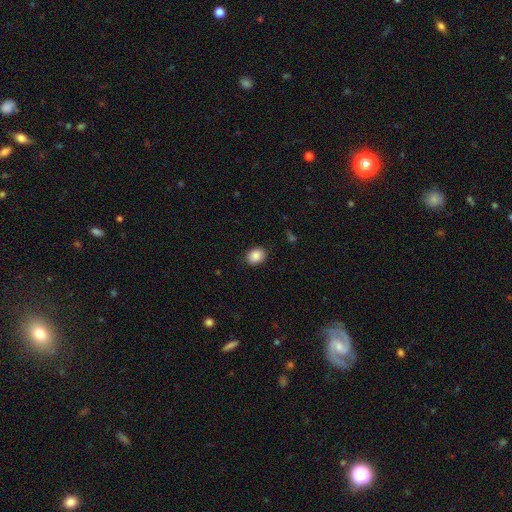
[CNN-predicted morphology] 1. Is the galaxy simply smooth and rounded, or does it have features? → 88% smooth, 8% star or artifact, 4% featured or disk.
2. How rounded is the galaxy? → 55% in between, 44% round, 1% cigar-shaped.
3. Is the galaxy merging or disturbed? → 88% none, 8% minor disturbance, 2% major disturbance, 1% merger.